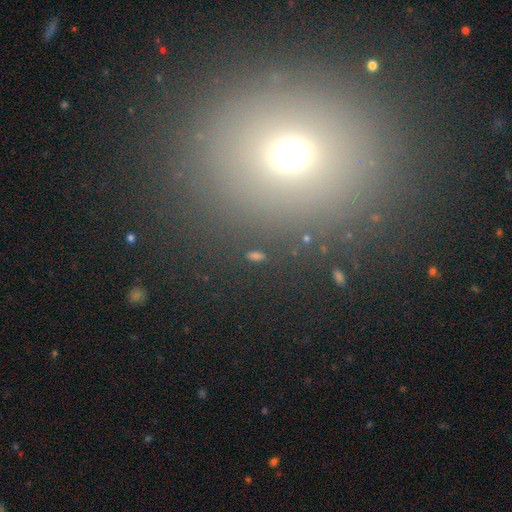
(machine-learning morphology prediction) A smooth galaxy with no disk features (46%).

Vote fractions:
- Smooth or featured? smooth: 46% / star or artifact: 42% / featured or disk: 12%
- Merging? none: 83% / minor disturbance: 8% / merger: 4% / major disturbance: 4%